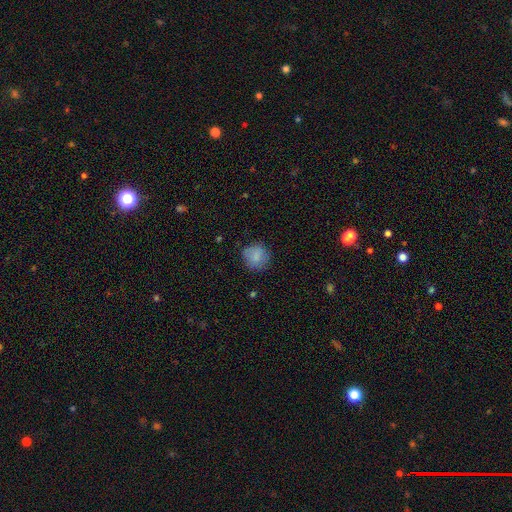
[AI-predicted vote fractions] The model was most divided on "merging": none: 77%, minor disturbance: 17%, major disturbance: 5%, merger: 1%. More confident: how rounded — round (87%); smooth or featured — smooth (82%).